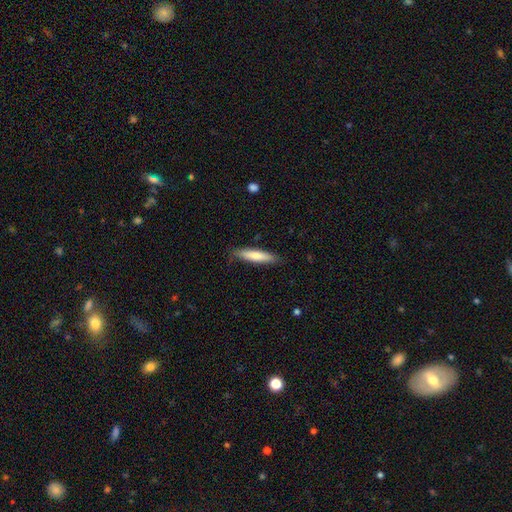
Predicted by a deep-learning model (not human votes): A smooth galaxy with no disk features (73%) that is cigar-shaped (84%). Merging: none (83%).